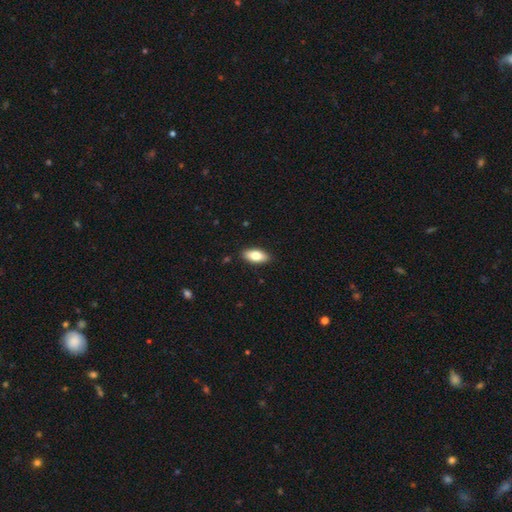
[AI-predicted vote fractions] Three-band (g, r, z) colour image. It shows a smooth galaxy with no disk features (78%) that is in between round and cigar-shaped (88%). Merging: none (89%).